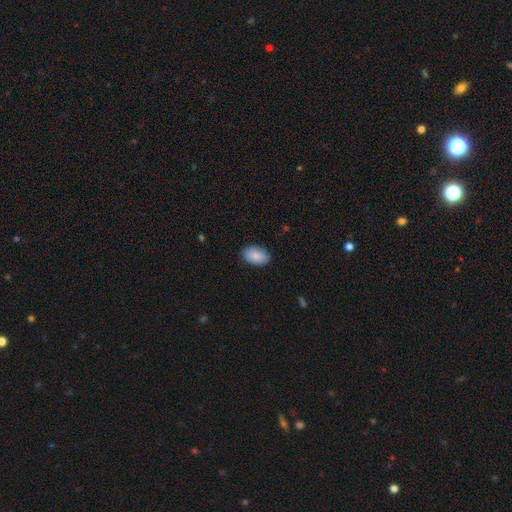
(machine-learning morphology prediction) smooth 87%, featured or disk 6%, star or artifact 6%. Down the decision tree: how rounded — in between (93%); merging — none (87%).